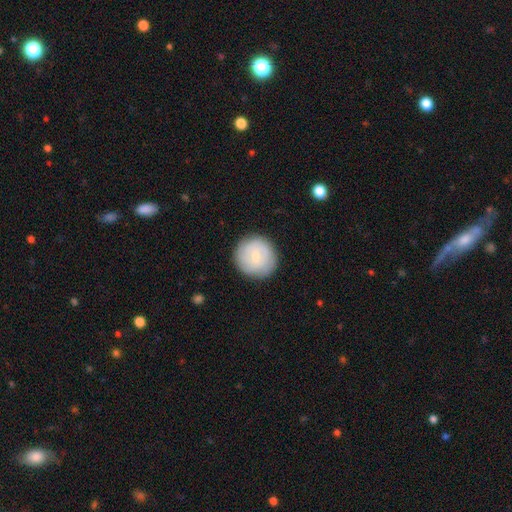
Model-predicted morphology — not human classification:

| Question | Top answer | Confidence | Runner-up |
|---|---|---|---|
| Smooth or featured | smooth | 61% | featured or disk (32%) |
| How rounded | round | 93% | in between (6%) |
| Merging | none | 86% | minor disturbance (10%) |